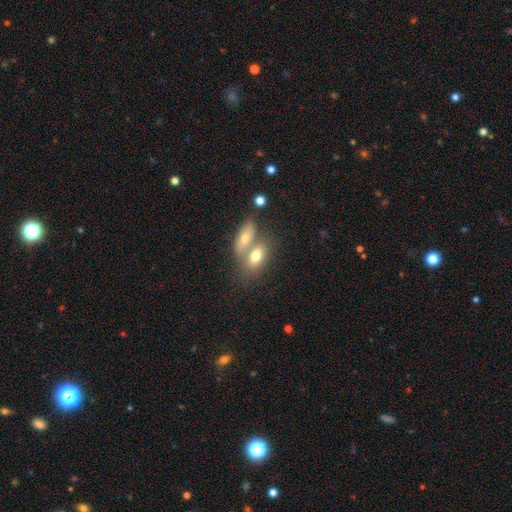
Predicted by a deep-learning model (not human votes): smooth_or_featured: smooth (p=0.71) [alt: featured or disk p=0.21]
how_rounded: in between (p=0.83) [alt: round p=0.09]
merging: merger (p=0.57) [alt: none p=0.31]